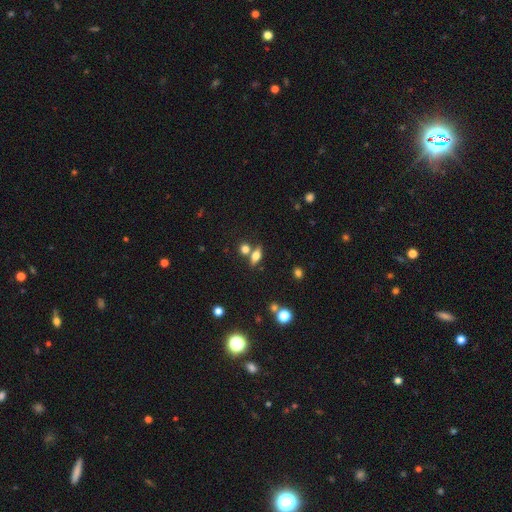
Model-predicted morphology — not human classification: Smooth or featured? smooth (59%)
How rounded? in between (64%)
Merging? none (64%)